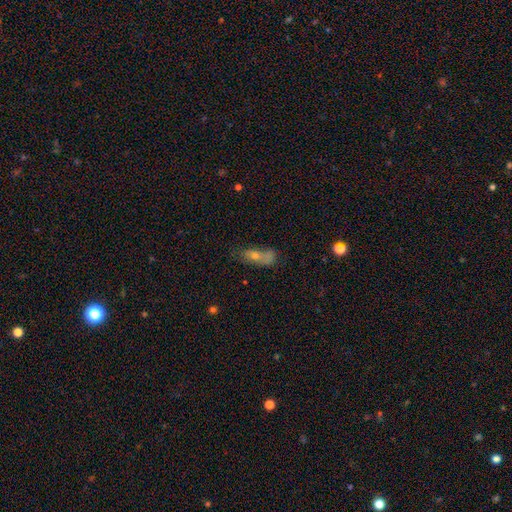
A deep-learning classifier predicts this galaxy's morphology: A smooth galaxy with no disk features (54%) that is in between round and cigar-shaped (62%). Merging: none (39%).